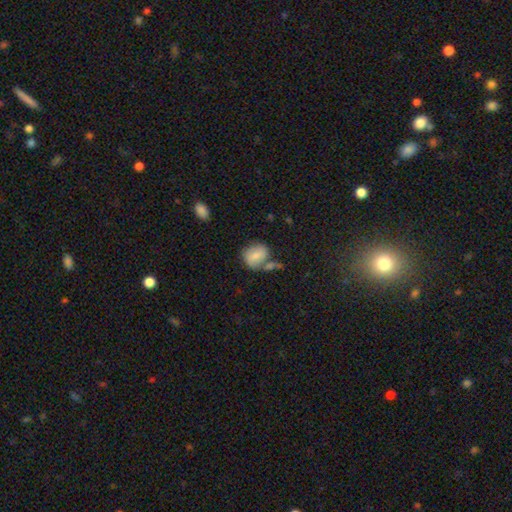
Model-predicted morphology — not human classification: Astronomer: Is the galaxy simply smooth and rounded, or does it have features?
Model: smooth — 77%.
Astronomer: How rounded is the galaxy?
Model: round — 60% (runner-up: in between, 39%).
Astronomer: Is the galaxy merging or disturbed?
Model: none — 49% (runner-up: merger, 24%).